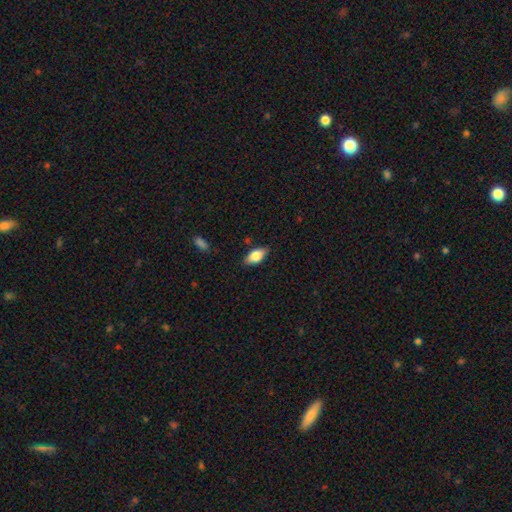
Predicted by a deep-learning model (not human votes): Q: Smooth or featured?
A: smooth (80%); runner-up: featured or disk (12%)
Q: How rounded?
A: in between (89%); runner-up: cigar-shaped (8%)
Q: Merging?
A: none (81%); runner-up: minor disturbance (15%)